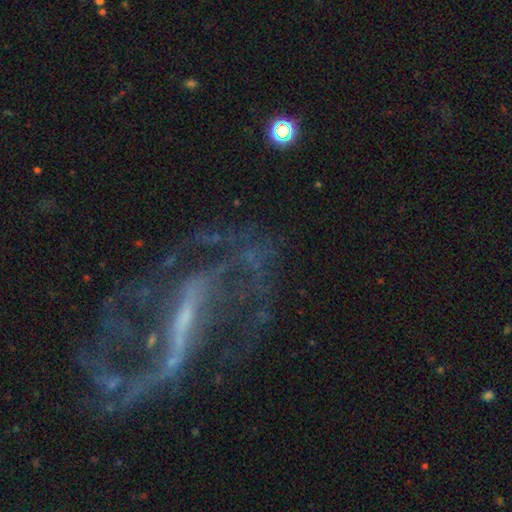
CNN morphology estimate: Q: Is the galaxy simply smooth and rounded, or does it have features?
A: featured or disk — 78%.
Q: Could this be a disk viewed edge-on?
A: no — 86%.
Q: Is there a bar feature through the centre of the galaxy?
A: strong — 57%.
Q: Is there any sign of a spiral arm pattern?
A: yes — 71%.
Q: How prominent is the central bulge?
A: small — 51%.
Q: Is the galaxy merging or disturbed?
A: none — 51%.